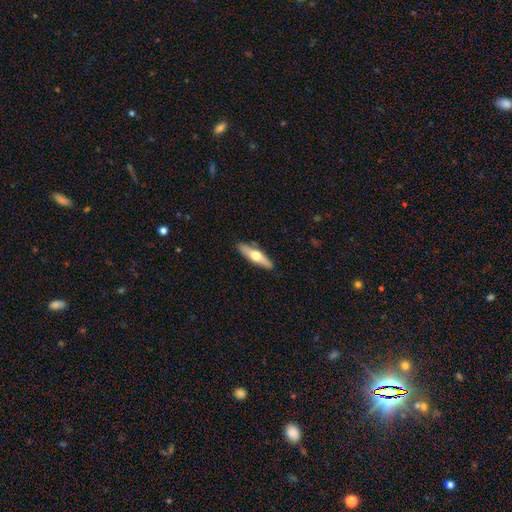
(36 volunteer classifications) Morphology: type=featured or disk (56%); edge-on=yes (75%); edge-on bulge=rounded (100%); merging=none (83%).